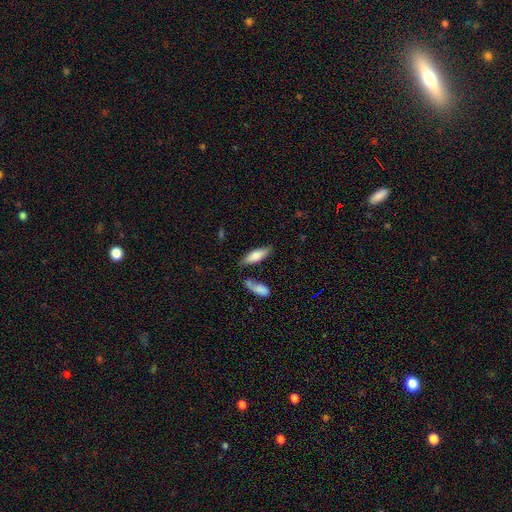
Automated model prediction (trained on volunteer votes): Smooth or featured? smooth (74%)
How rounded? in between (61%)
Merging? none (67%)